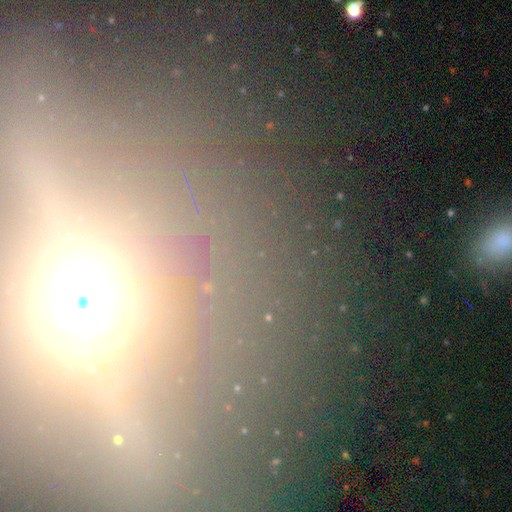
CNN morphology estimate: smooth_or_featured: star or artifact (p=0.50) [alt: smooth p=0.29]